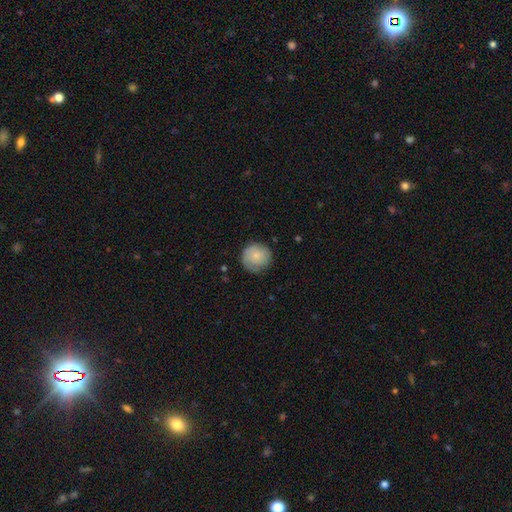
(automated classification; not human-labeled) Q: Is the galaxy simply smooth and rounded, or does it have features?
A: smooth — 67%.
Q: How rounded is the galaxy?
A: round — 92%.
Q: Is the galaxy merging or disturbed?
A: none — 75%.